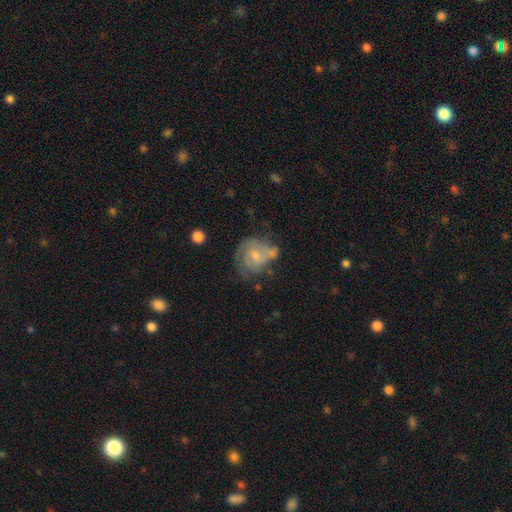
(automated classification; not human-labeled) Smooth or featured: featured or disk — 62% (smooth — 31%)
Edge-on disk: no — 97% (yes — 3%)
Bar: no — 56% (weak — 38%)
Spiral arms: yes — 78% (no — 22%)
Bulge size: small — 46% (moderate — 42%)
Merging: none — 38% (minor disturbance — 26%)